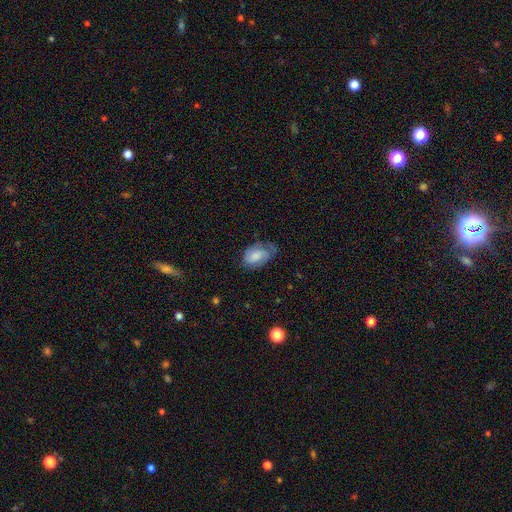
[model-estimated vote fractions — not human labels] smooth_or_featured: smooth (p=0.64) [alt: featured or disk p=0.28]
how_rounded: in between (p=0.90) [alt: round p=0.08]
merging: none (p=0.47) [alt: minor disturbance p=0.35]